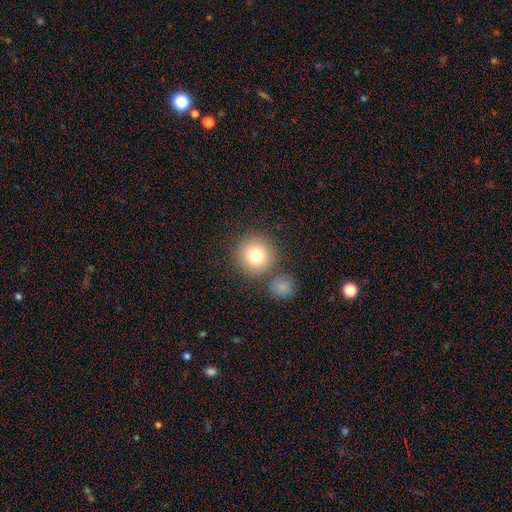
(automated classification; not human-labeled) Smooth or featured?
  - smooth: 78% *
  - featured or disk: 11%
  - star or artifact: 11%
How rounded?
  - round: 94% *
  - in between: 5%
  - cigar-shaped: 1%
Merging?
  - none: 77% *
  - merger: 12%
  - minor disturbance: 8%
  - major disturbance: 3%